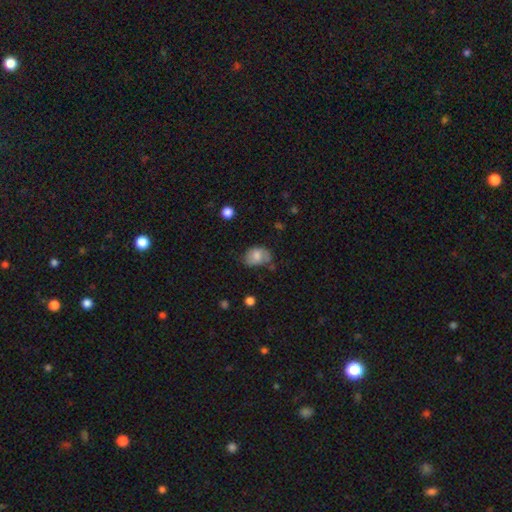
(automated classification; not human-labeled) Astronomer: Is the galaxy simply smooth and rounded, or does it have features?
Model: smooth — 71%.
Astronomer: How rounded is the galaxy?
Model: in between — 72%.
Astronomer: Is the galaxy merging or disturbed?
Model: none — 46% (runner-up: minor disturbance, 36%).